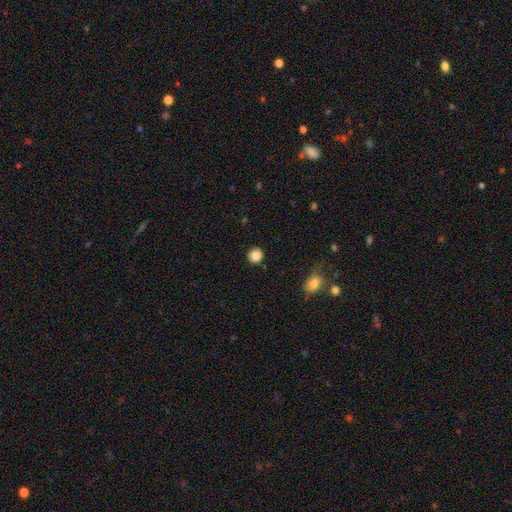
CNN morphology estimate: smooth_or_featured: smooth (p=0.87) [alt: star or artifact p=0.09]
how_rounded: round (p=0.91) [alt: in between p=0.08]
merging: none (p=0.89) [alt: minor disturbance p=0.07]